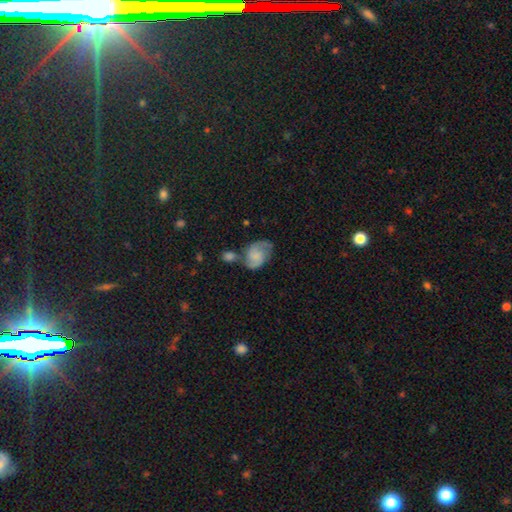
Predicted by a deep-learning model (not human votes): smooth_or_featured: featured or disk (p=0.60) [alt: smooth p=0.31]
disk_edge_on: no (p=0.97) [alt: yes p=0.03]
bar: no (p=0.65) [alt: weak p=0.30]
has_spiral_arms: yes (p=0.91) [alt: no p=0.09]
spiral_winding: medium (p=0.49) [alt: loose p=0.28]
spiral_arm_count: 2 (p=0.88) [alt: can't tell p=0.06]
bulge_size: none (p=0.44) [alt: small p=0.28]
merging: none (p=0.45) [alt: merger p=0.24]